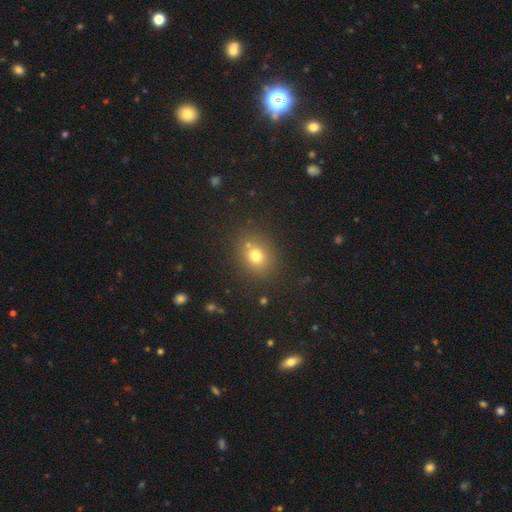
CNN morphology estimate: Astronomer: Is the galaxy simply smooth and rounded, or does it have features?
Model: smooth — 73%.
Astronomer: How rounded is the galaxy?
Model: round — 66%.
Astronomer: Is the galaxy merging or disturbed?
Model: none — 78%.